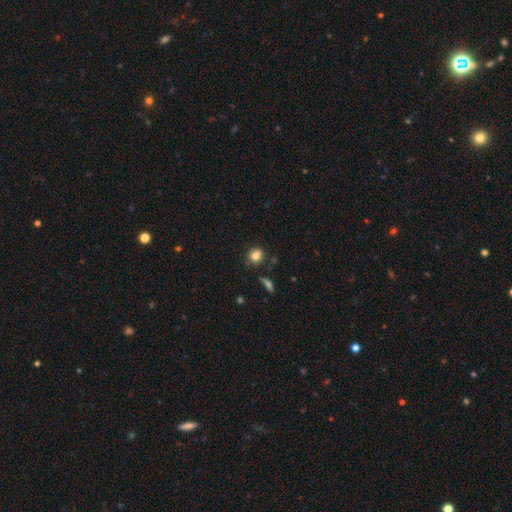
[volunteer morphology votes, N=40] A smooth galaxy with no disk features (78%) that is round (87%). Merging: none (80%).